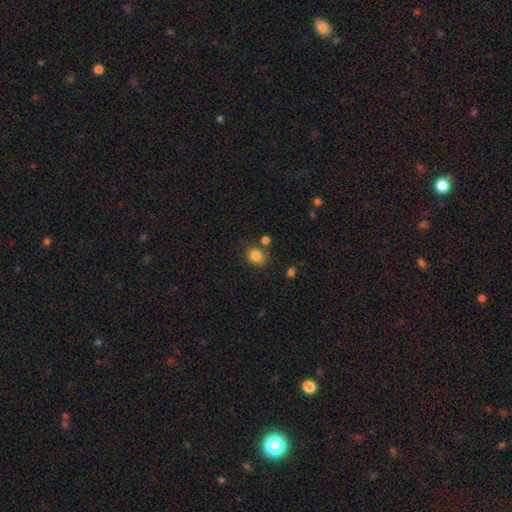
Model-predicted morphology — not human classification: Smooth or featured? Predicted: smooth (p=0.83). How rounded? Predicted: round (p=0.56). Merging? Predicted: none (p=0.73).